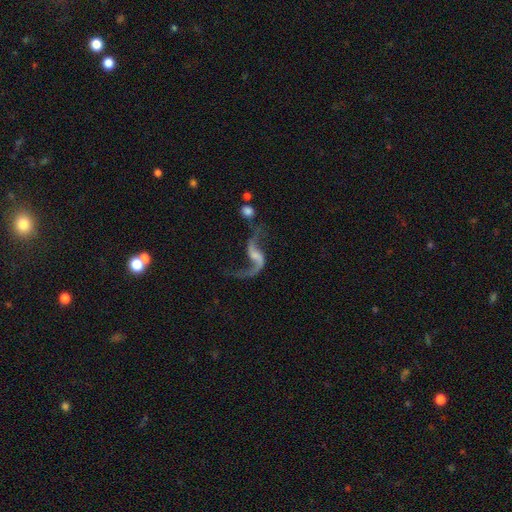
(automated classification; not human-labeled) Morphology: type=featured or disk (87%); edge-on=no (96%); bar=weak (42%); spiral arms=yes (94%); winding=loose (91%); arm count=2 (86%); bulge=small (41%); merging=none (48%).